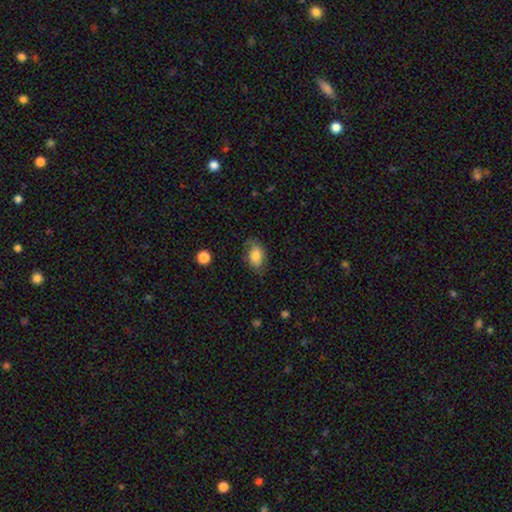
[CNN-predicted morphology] The model was most divided on "merging": none: 72%, minor disturbance: 20%, major disturbance: 7%, merger: 1%. More confident: how rounded — in between (88%); smooth or featured — smooth (75%).